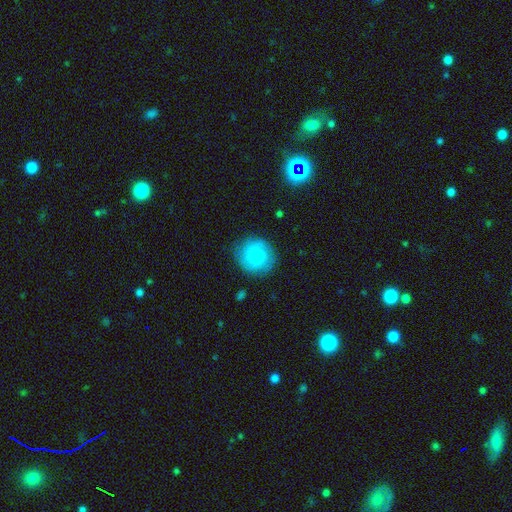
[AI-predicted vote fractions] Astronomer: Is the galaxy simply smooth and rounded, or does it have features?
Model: smooth — 72%.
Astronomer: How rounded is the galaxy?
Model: round — 90%.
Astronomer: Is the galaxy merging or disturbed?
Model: none — 80%.